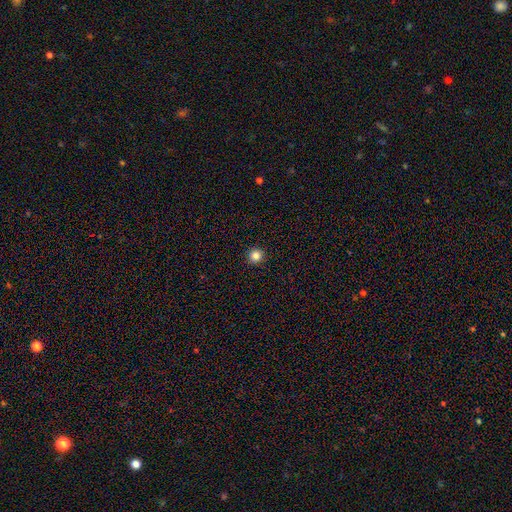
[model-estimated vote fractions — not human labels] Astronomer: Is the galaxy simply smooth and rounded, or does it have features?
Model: smooth — 84%.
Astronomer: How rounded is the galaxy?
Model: round — 95%.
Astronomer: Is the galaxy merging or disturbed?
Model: none — 93%.